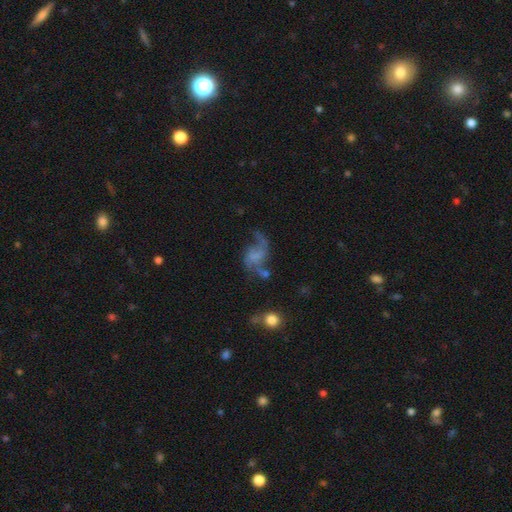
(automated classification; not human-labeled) A featured or disk galaxy (74%) with no bar (50%), 2 (80%) loose (78%) spiral arms (87%) and no central bulge (55%). Merging: none (42%).